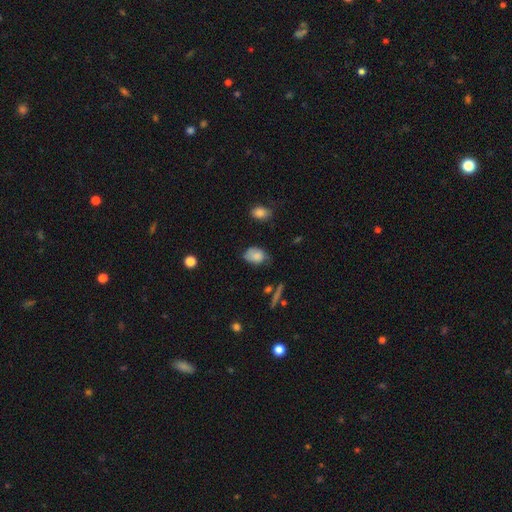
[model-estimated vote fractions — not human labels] smooth-or-featured: smooth: 76% | featured or disk: 16% | star or artifact: 9%
  how-rounded: in between: 81% | round: 18% | cigar-shaped: 2%
  merging: none: 50% | minor disturbance: 36% | major disturbance: 11% | merger: 3%